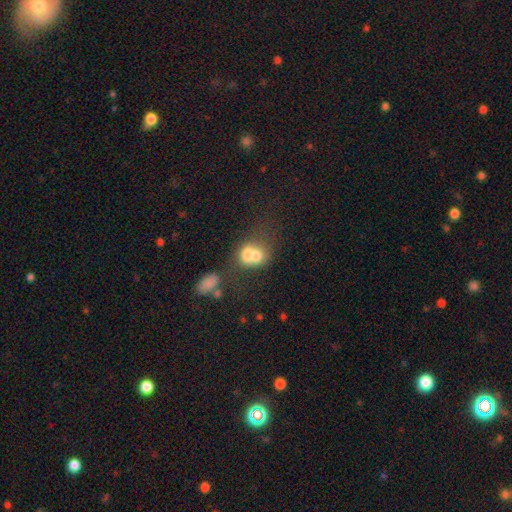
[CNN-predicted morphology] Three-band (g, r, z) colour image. It shows a smooth galaxy with no disk features (65%) that is round (57%). Merging: merger (69%).